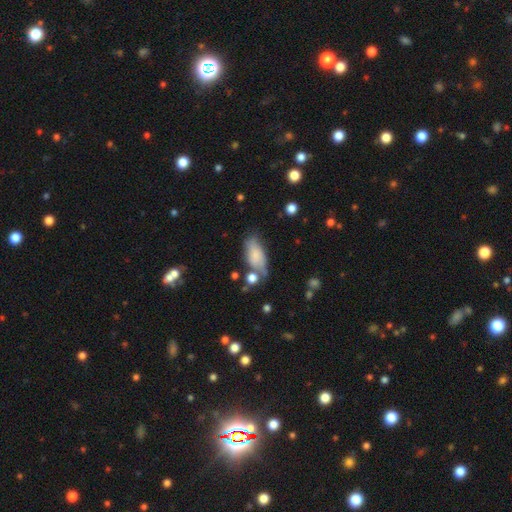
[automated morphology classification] This is likely a smooth galaxy (76%). How rounded: clearly in between (87%). Merging: possibly none (46%).